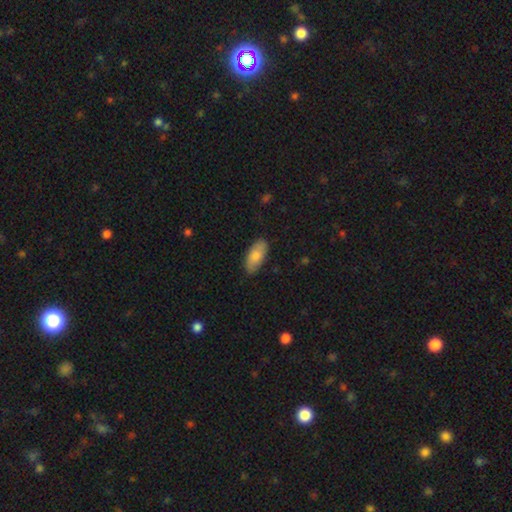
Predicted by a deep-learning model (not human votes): smooth-or-featured: smooth: 81% | featured or disk: 13% | star or artifact: 6%
  how-rounded: in between: 90% | cigar-shaped: 8% | round: 2%
  merging: none: 84% | minor disturbance: 13% | major disturbance: 2% | merger: 1%